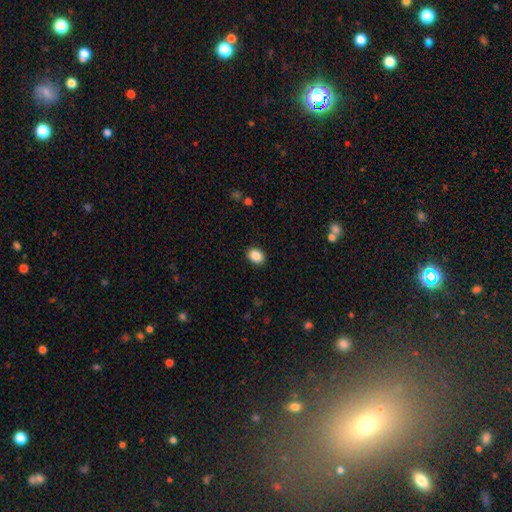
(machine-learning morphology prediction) smooth_or_featured: smooth (p=0.88) [alt: star or artifact p=0.08]
how_rounded: in between (p=0.69) [alt: round p=0.30]
merging: none (p=0.90) [alt: minor disturbance p=0.07]